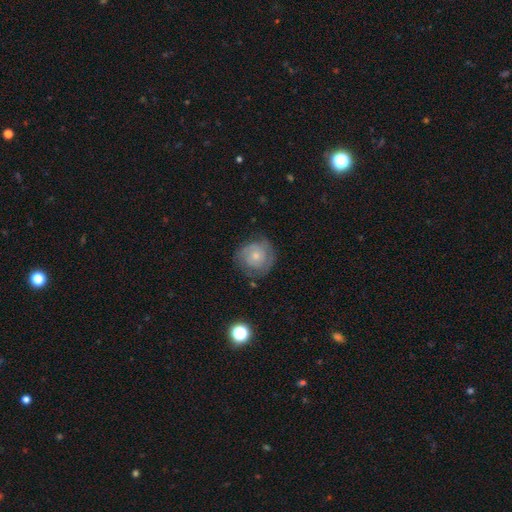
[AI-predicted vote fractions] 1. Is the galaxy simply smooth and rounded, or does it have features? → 52% featured or disk, 40% smooth, 7% star or artifact.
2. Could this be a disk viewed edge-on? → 98% no, 2% yes.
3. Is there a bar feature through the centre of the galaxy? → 83% no, 14% weak, 2% strong.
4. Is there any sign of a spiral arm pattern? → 75% yes, 25% no.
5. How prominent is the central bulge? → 63% small, 30% moderate, 3% none, 2% large, 1% dominant.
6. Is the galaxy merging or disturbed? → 67% none, 22% minor disturbance, 9% major disturbance, 2% merger.